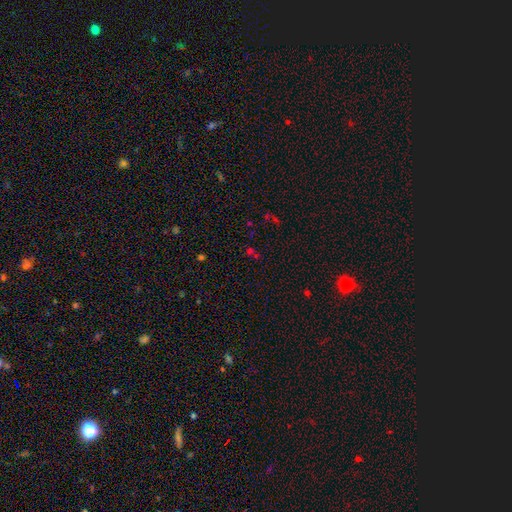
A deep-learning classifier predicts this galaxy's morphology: Q: Smooth or featured?
A: star or artifact (56%); runner-up: smooth (35%)